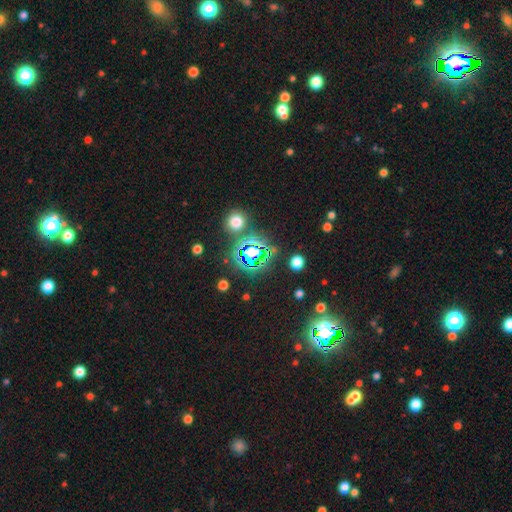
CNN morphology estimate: A star or artifact, not a galaxy (73%).

Vote fractions:
- Smooth or featured? star or artifact: 73% / smooth: 18% / featured or disk: 9%